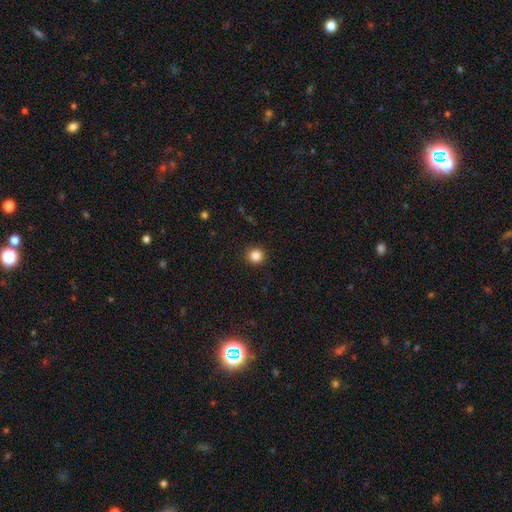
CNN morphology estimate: This is clearly a smooth galaxy (85%). How rounded: clearly round (93%). Merging: clearly none (92%).